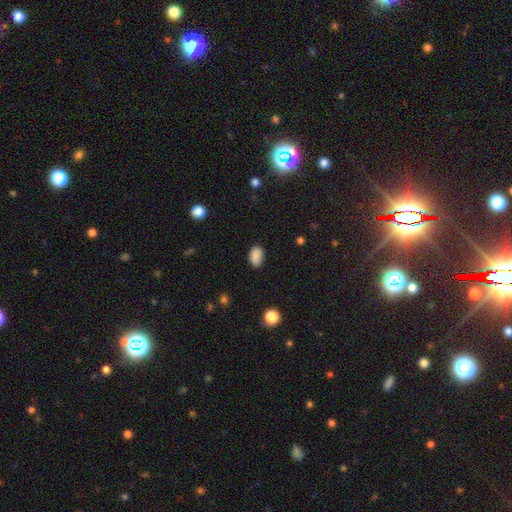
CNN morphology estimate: A smooth galaxy with no disk features (87%) that is in between round and cigar-shaped (89%). Merging: none (82%).